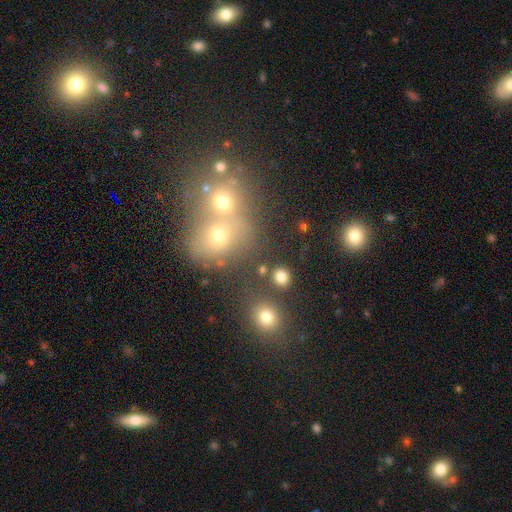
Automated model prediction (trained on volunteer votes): Morphology: type=smooth (49%); merging=merger (52%).